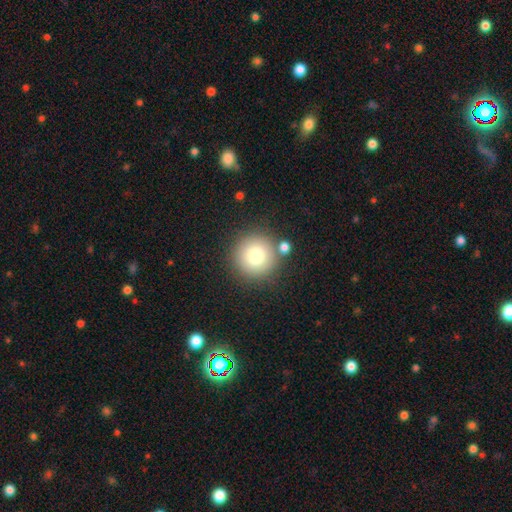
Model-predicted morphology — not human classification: smooth-or-featured: smooth: 78% | star or artifact: 11% | featured or disk: 11%
  how-rounded: round: 96% | in between: 3% | cigar-shaped: 1%
  merging: none: 81% | merger: 8% | minor disturbance: 8% | major disturbance: 3%